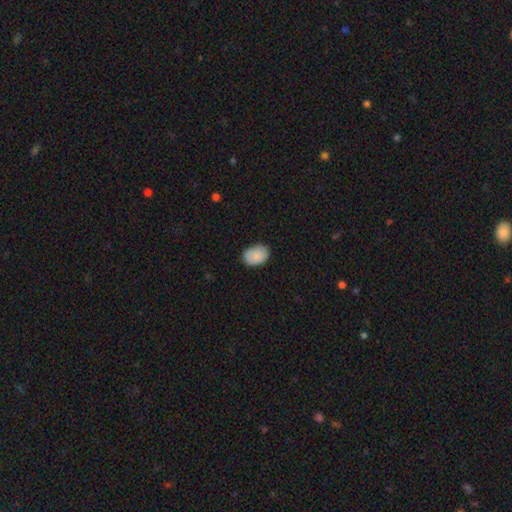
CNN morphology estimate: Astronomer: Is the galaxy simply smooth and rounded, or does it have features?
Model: smooth — 88%.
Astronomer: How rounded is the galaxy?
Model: in between — 80%.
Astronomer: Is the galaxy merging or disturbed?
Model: none — 81%.